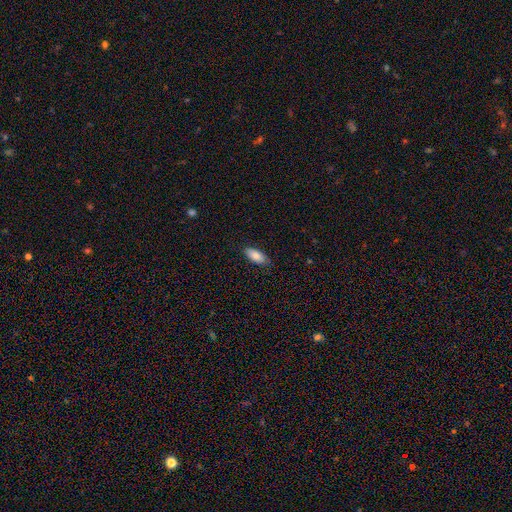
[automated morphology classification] Smooth or featured: smooth — 83% (featured or disk — 11%)
How rounded: in between — 85% (cigar-shaped — 13%)
Merging: none — 83% (minor disturbance — 14%)